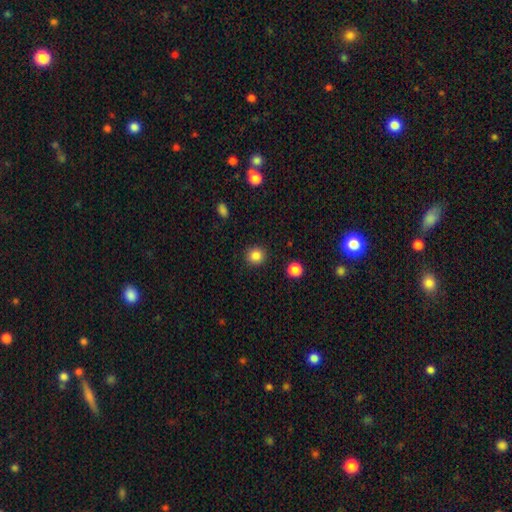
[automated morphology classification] smooth_or_featured: smooth (p=0.86) [alt: star or artifact p=0.11]
how_rounded: round (p=0.88) [alt: in between p=0.11]
merging: none (p=0.91) [alt: minor disturbance p=0.06]